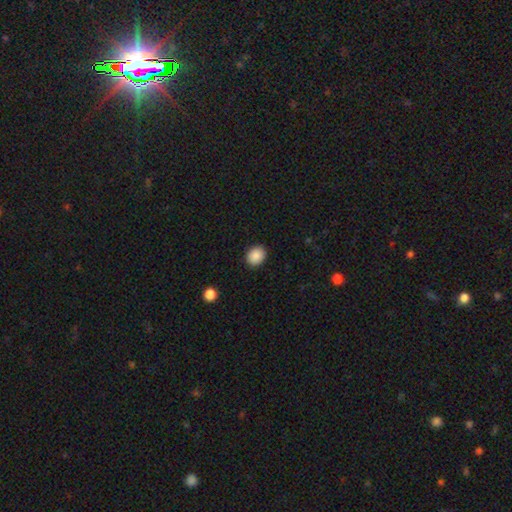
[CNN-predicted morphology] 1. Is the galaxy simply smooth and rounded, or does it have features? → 89% smooth, 8% star or artifact, 3% featured or disk.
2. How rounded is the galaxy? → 58% round, 41% in between, 1% cigar-shaped.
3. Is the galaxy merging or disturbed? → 90% none, 7% minor disturbance, 2% major disturbance, 1% merger.